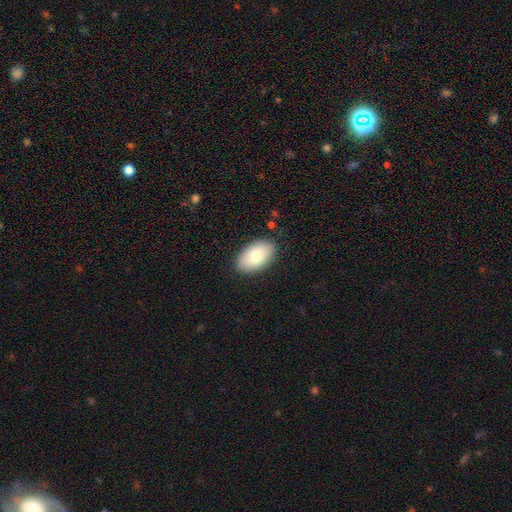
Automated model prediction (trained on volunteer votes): Morphology: type=smooth (76%); roundness=in between (93%); merging=none (87%).